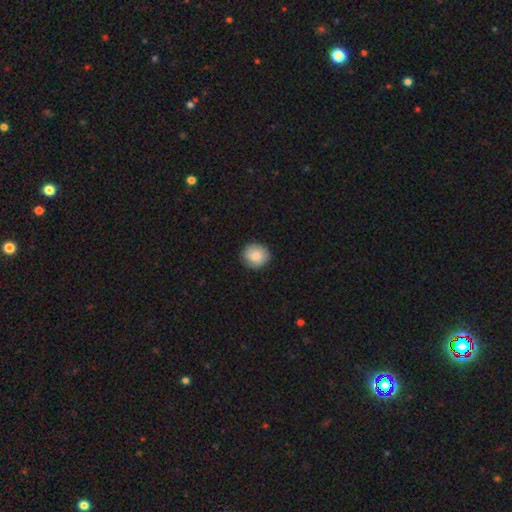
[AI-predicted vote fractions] This is likely a smooth galaxy (79%). How rounded: clearly round (89%). Merging: clearly none (87%).